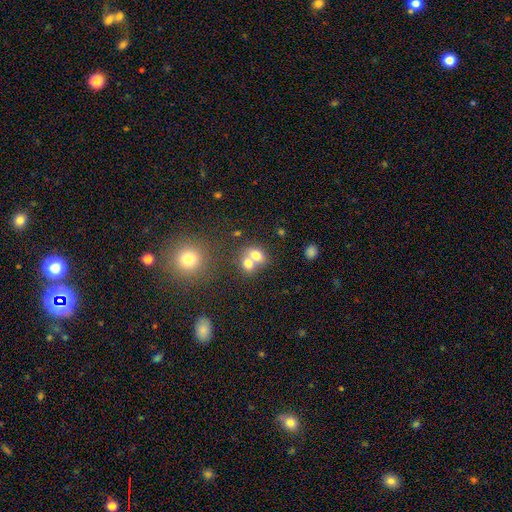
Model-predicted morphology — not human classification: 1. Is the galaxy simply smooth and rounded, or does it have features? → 72% smooth, 17% featured or disk, 11% star or artifact.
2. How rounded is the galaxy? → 54% in between, 45% round, 1% cigar-shaped.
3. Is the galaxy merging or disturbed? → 64% merger, 26% none, 7% minor disturbance, 3% major disturbance.